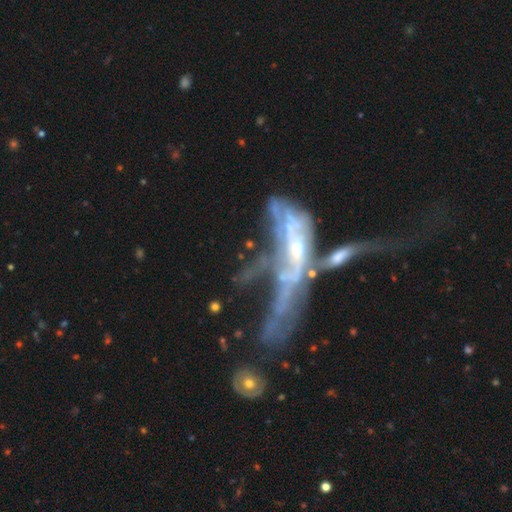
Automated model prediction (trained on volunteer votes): Smooth or featured? featured or disk (66%)
Edge-on disk? no (71%)
Merging? merger (50%)